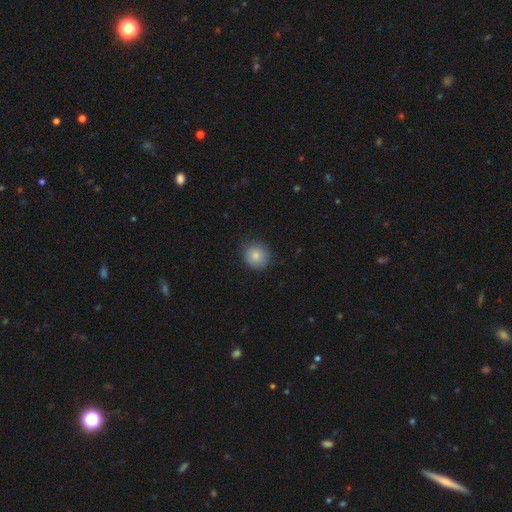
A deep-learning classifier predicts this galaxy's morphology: A smooth galaxy with no disk features (84%) that is round (88%). Merging: none (85%).